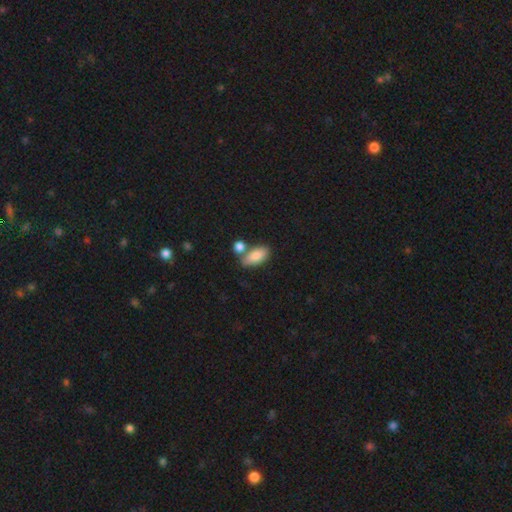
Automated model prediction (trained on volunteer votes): This appears to be a smooth galaxy with no disk features (84%) that is in between round and cigar-shaped (88%). Merging: none (54%).